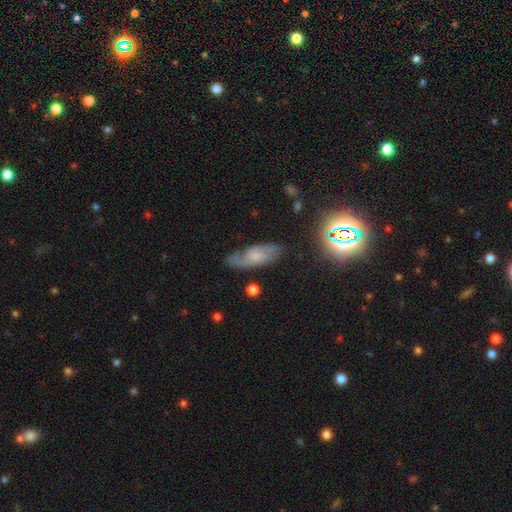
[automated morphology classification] Smooth or featured? featured or disk (60%)
Edge-on disk? no (89%)
Bar? no (59%)
Spiral arms? yes (90%)
Bulge size? small (39%)
Merging? none (67%)